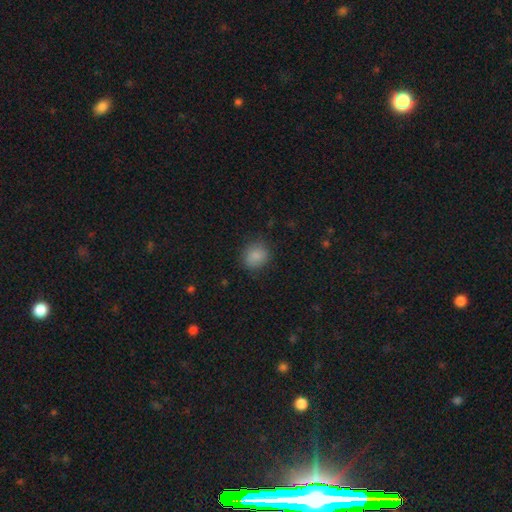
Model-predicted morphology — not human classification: A smooth galaxy with no disk features (86%) that is round (74%).

Vote fractions:
- Smooth or featured? smooth: 86% / star or artifact: 9% / featured or disk: 5%
- How rounded? round: 74% / in between: 25% / cigar-shaped: 1%
- Merging? none: 82% / minor disturbance: 13% / major disturbance: 4% / merger: 1%